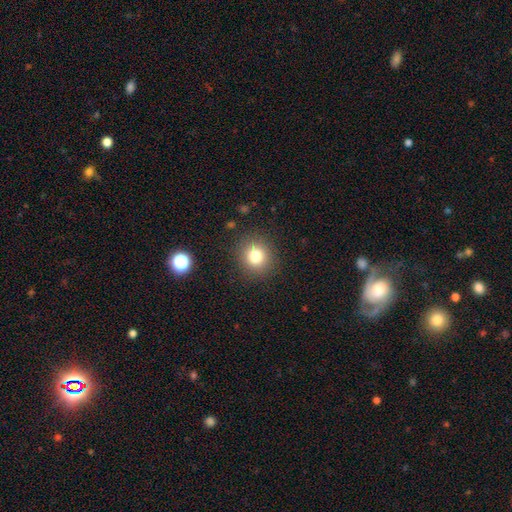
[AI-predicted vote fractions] A smooth galaxy with no disk features (79%) that is round (84%). Merging: none (87%).